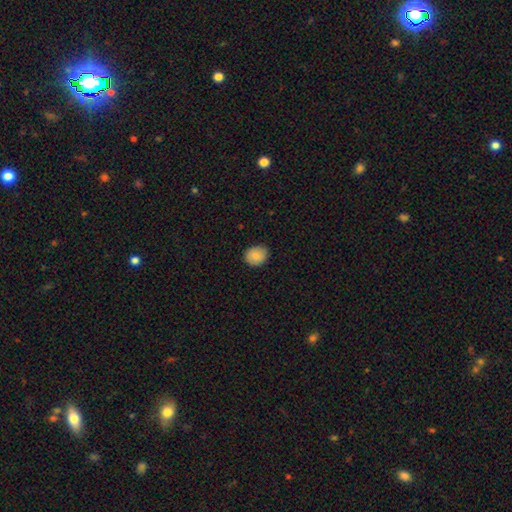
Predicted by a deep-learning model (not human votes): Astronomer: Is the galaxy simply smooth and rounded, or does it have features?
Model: smooth — 86%.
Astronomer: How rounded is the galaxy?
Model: round — 61% (runner-up: in between, 38%).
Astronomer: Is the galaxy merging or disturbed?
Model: none — 82%.